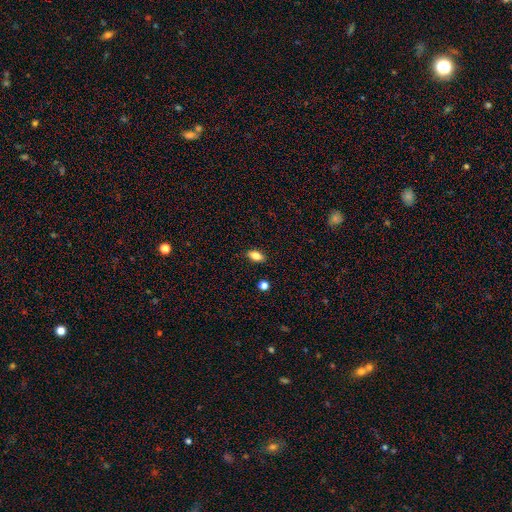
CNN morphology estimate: Smooth or featured?
  - smooth: 81% *
  - featured or disk: 10%
  - star or artifact: 9%
How rounded?
  - in between: 87% *
  - cigar-shaped: 8%
  - round: 6%
Merging?
  - none: 86% *
  - minor disturbance: 10%
  - major disturbance: 2%
  - merger: 2%